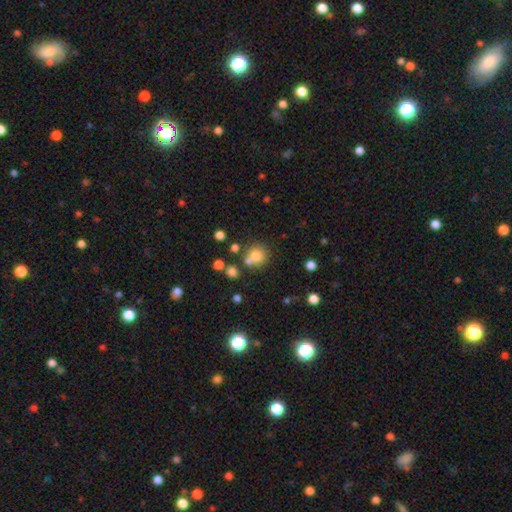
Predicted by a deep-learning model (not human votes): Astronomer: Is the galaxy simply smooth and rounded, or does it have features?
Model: smooth — 75%.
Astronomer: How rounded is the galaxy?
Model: round — 88%.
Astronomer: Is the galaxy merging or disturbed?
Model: none — 61%.